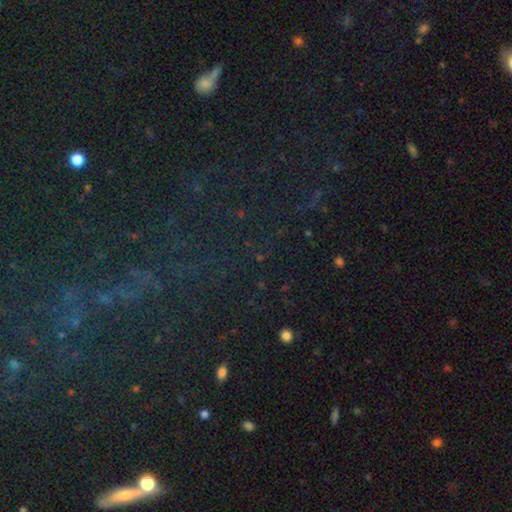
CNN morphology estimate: This appears to be a star or artifact, not a galaxy (75%).